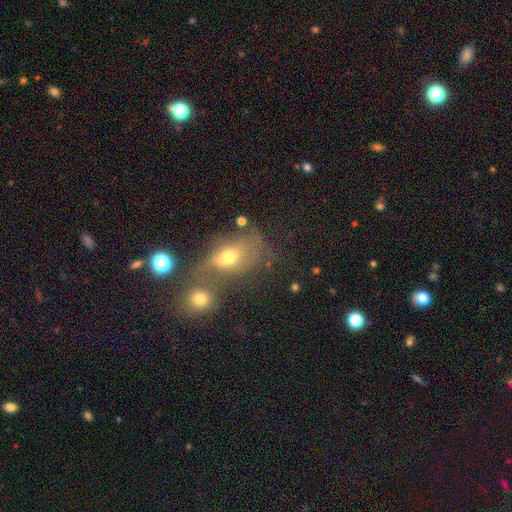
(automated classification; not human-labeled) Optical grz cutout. It shows a smooth galaxy with no disk features (51%) that is in between round and cigar-shaped (68%). Merging: none (40%).